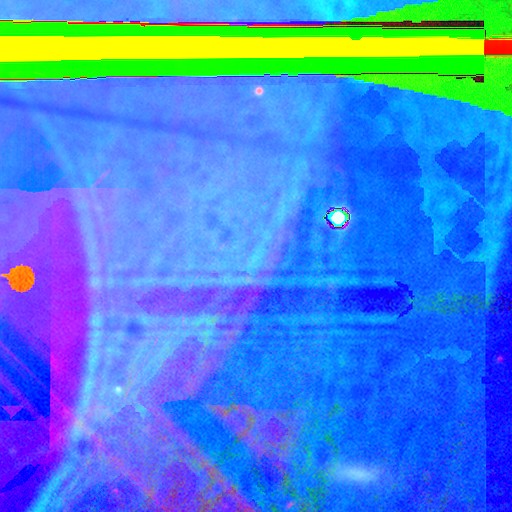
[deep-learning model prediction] This is clearly a star or artifact rather than a galaxy (88%).